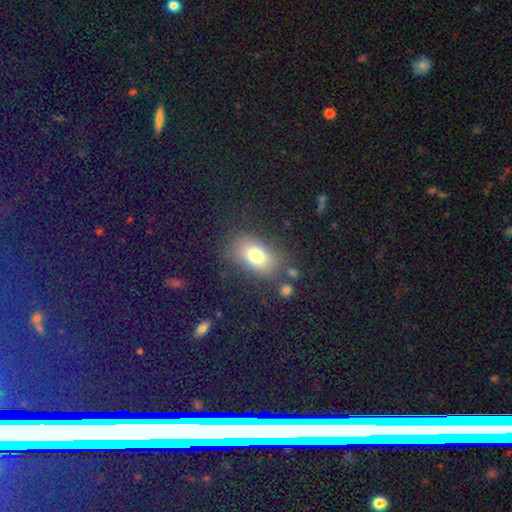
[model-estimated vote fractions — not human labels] Smooth or featured? smooth (76%)
How rounded? in between (83%)
Merging? none (76%)